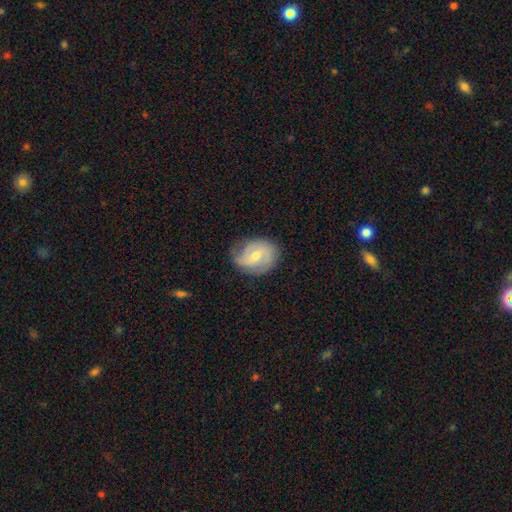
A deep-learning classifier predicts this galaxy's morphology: The model was most divided on "bulge size" (2-way tie): small: 48%, moderate: 48%, large: 1%, none: 1%, dominant: 1%. Remaining: edge-on disk — no (97%); spiral arms — yes (92%); smooth or featured — featured or disk (73%); merging — none (70%); spiral arm count — 2 (59%); bar — weak (53%); spiral winding — medium (45%).